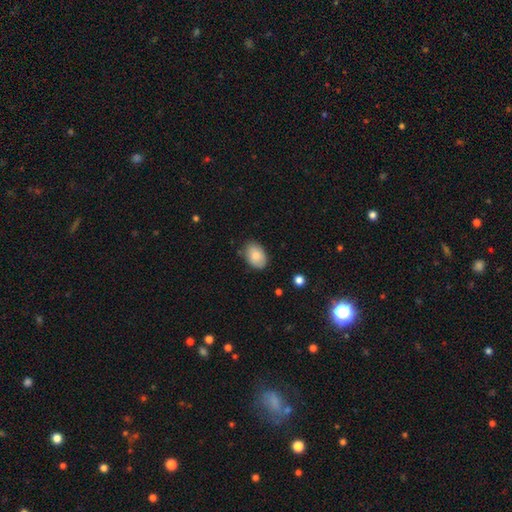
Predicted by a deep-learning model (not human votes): A smooth galaxy with no disk features (85%) that is in between round and cigar-shaped (87%).

Vote fractions:
- Smooth or featured? smooth: 85% / featured or disk: 8% / star or artifact: 7%
- How rounded? in between: 87% / round: 12% / cigar-shaped: 1%
- Merging? none: 80% / minor disturbance: 16% / major disturbance: 3% / merger: 2%